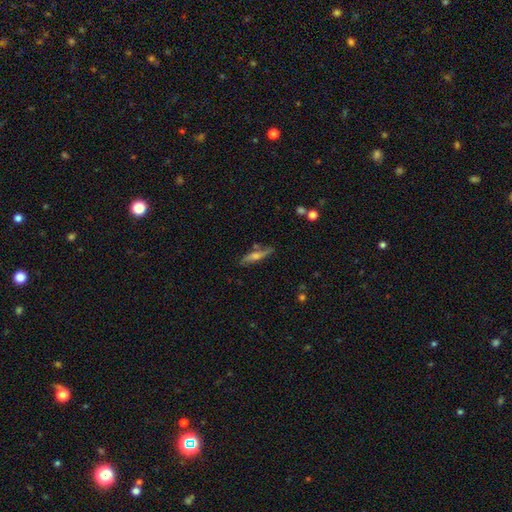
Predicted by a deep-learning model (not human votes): Smooth or featured? Predicted: featured or disk (p=0.51). Edge-on disk? Predicted: yes (p=0.83). Merging? Predicted: none (p=0.75).